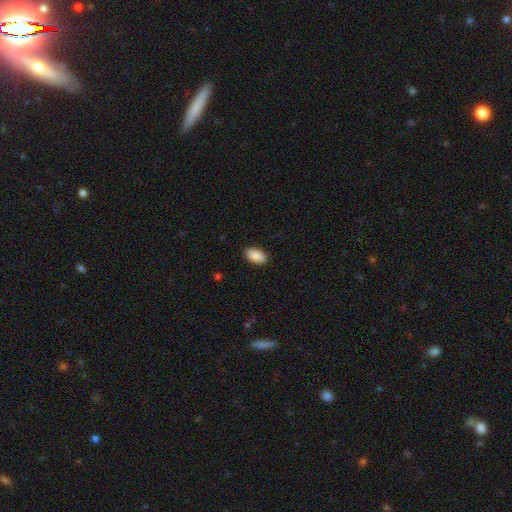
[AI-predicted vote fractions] smooth_or_featured: smooth (p=0.90) [alt: star or artifact p=0.07]
how_rounded: in between (p=0.93) [alt: round p=0.05]
merging: none (p=0.88) [alt: minor disturbance p=0.09]